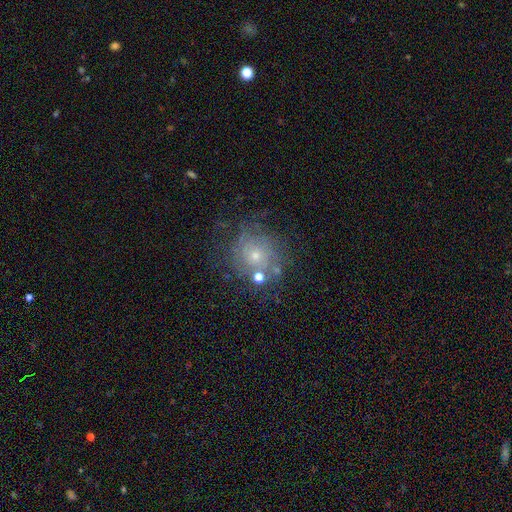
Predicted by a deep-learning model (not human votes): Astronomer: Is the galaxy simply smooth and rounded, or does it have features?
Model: featured or disk — 48% (runner-up: smooth, 36%).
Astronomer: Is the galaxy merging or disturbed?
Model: none — 64%.